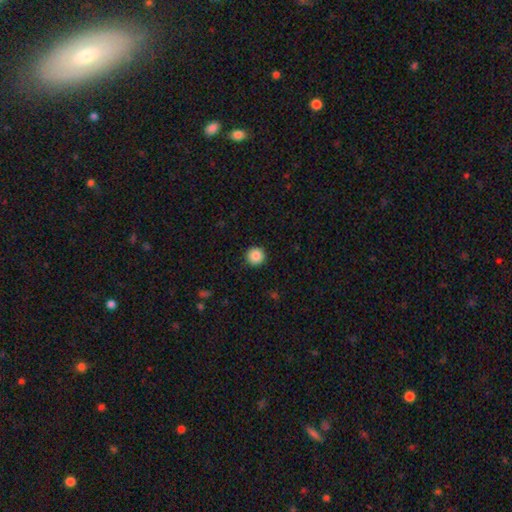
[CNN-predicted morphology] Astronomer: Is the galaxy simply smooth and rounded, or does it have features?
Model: smooth — 87%.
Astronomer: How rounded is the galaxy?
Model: round — 96%.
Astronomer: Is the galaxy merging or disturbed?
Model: none — 92%.